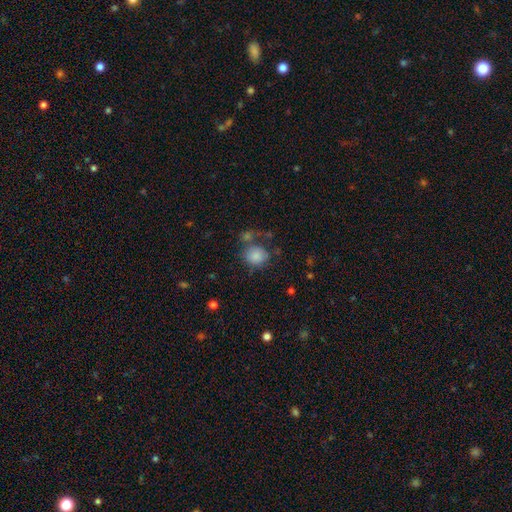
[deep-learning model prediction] A smooth galaxy with no disk features (83%) that is round (76%). Merging: none (55%).